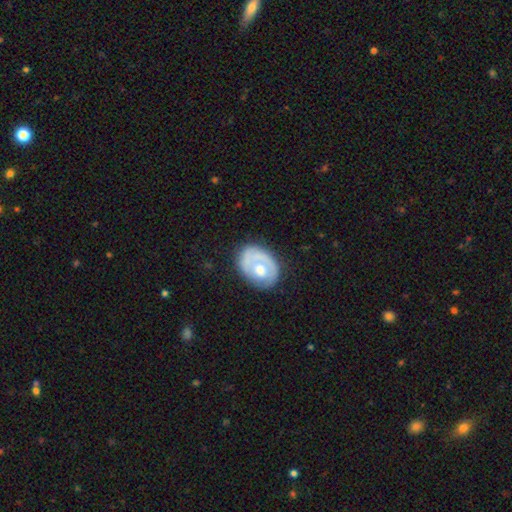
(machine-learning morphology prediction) The model was most divided on "spiral arms": no: 56%, yes: 44%. More confident: edge-on disk — no (96%); bar — no (84%); bulge size — moderate (65%); merging — none (58%); smooth or featured — featured or disk (54%).